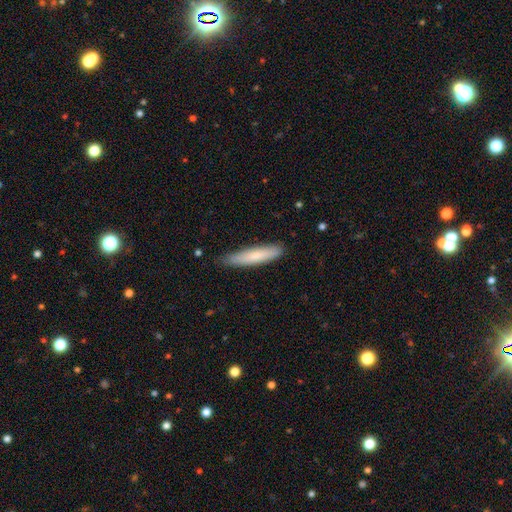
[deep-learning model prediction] The model was most divided on "smooth or featured": smooth: 76%, featured or disk: 18%, star or artifact: 6%. More confident: how rounded — cigar-shaped (87%); merging — none (79%).